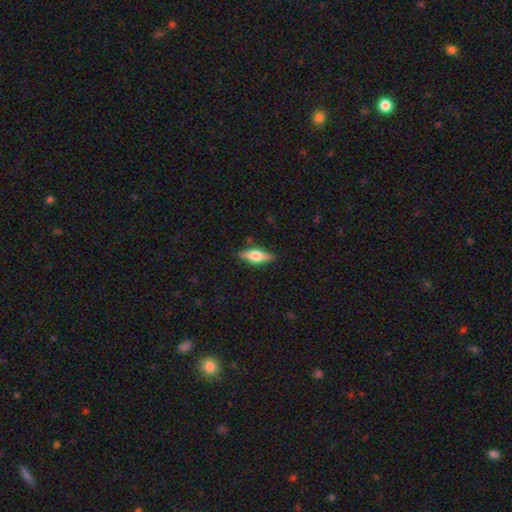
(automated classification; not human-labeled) Overall: smooth (53%; featured or disk 40%). How rounded: in between (60%; cigar-shaped 36%). Merging: none (85%).